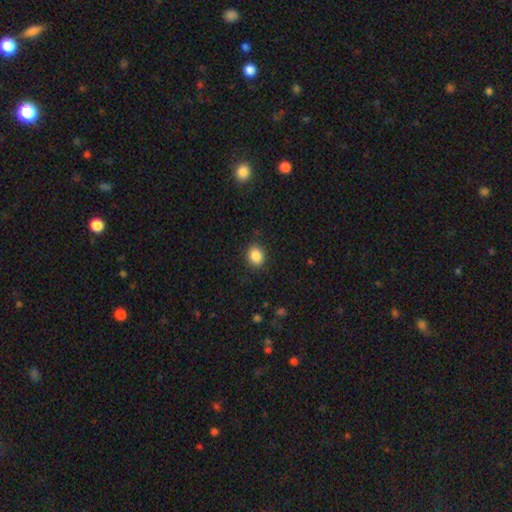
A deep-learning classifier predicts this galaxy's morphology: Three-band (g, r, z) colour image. It shows a smooth galaxy with no disk features (87%) that is round (56%). Merging: none (88%).